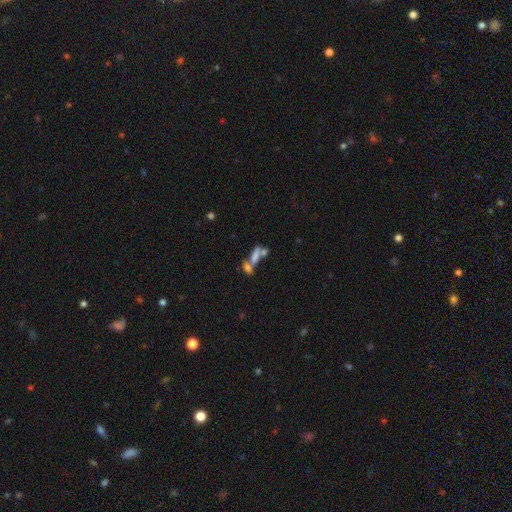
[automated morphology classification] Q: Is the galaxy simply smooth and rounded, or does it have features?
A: smooth — 57%.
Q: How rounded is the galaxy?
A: in between — 58%.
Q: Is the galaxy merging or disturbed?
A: merger — 59%.